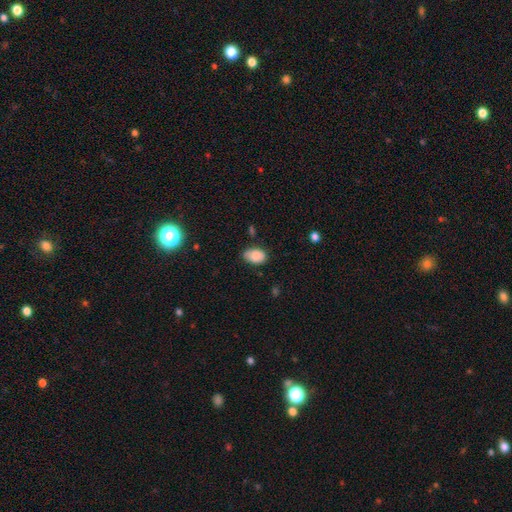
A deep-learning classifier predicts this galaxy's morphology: Smooth or featured? smooth (87%)
How rounded? in between (89%)
Merging? none (70%)